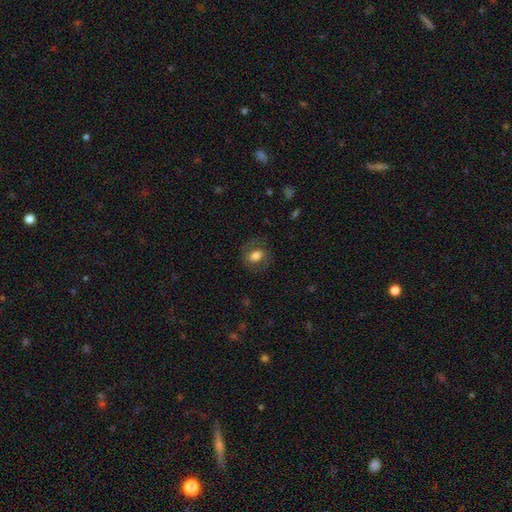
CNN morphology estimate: A smooth galaxy with no disk features (69%) that is in between round and cigar-shaped (61%). Merging: none (75%).